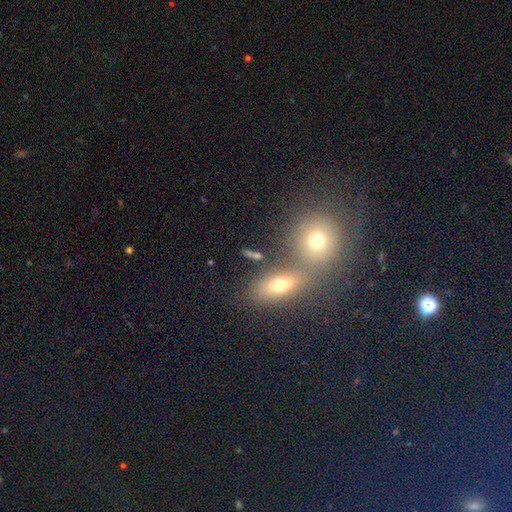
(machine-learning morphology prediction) type=smooth (63%); roundness=in between (54%); merging=none (55%).